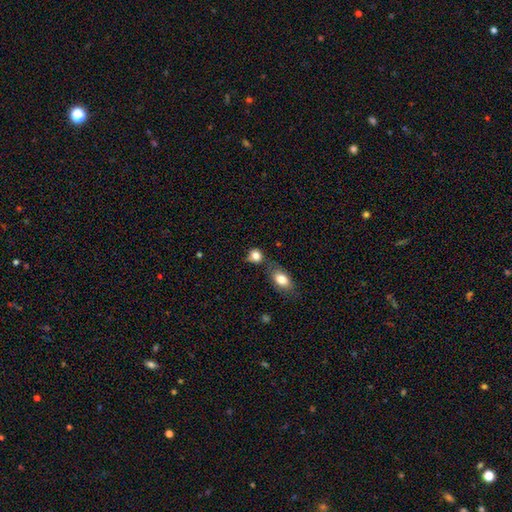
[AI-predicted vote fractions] Overall: smooth (83%). How rounded: round (71%). Merging: none (52%; merger 23%).